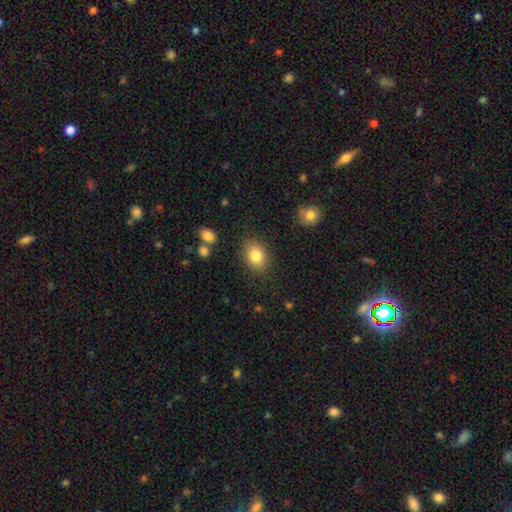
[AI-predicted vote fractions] Smooth or featured? smooth (83%)
How rounded? in between (69%)
Merging? none (84%)